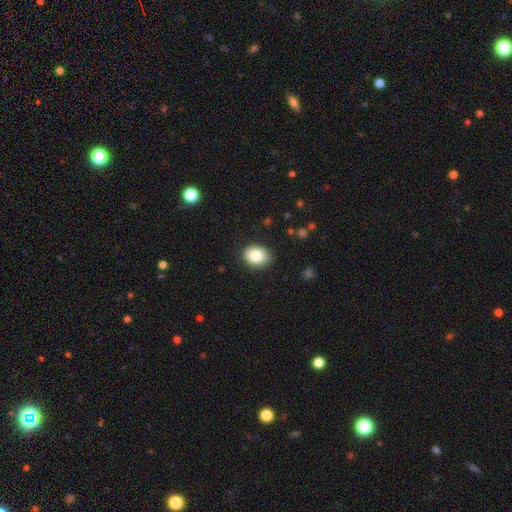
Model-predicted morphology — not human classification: A smooth galaxy with no disk features (84%) that is in between round and cigar-shaped (64%).

Vote fractions:
- Smooth or featured? smooth: 84% / star or artifact: 8% / featured or disk: 8%
- How rounded? in between: 64% / round: 35% / cigar-shaped: 1%
- Merging? none: 86% / minor disturbance: 11% / major disturbance: 2% / merger: 1%